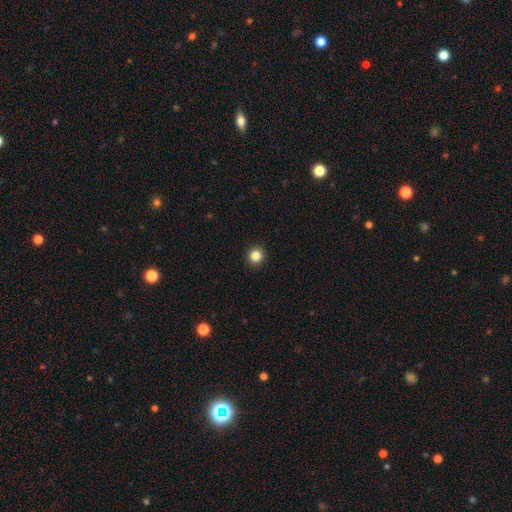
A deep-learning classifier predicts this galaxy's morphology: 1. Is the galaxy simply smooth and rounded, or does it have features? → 84% smooth, 12% star or artifact, 4% featured or disk.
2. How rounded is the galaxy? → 93% round, 6% in between, 1% cigar-shaped.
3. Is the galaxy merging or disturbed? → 93% none, 4% minor disturbance, 2% major disturbance, 1% merger.